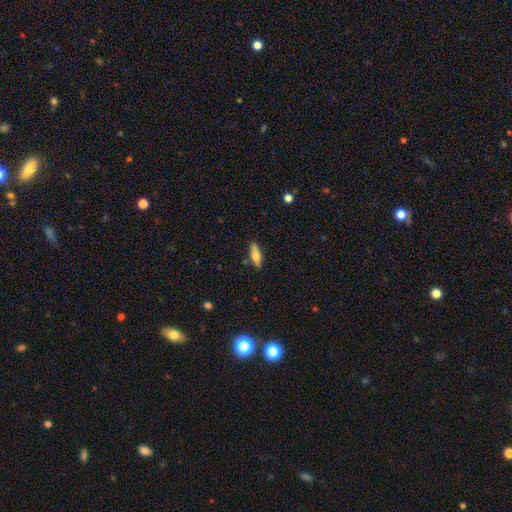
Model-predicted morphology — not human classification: This is likely a smooth galaxy (63%). How rounded: possibly in between (54%). Merging: clearly none (85%).